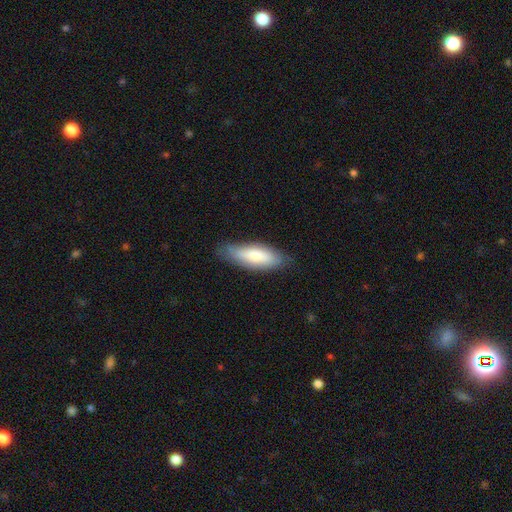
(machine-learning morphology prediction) smooth 76%, featured or disk 18%, star or artifact 6%. Down the decision tree: how rounded — in between (67%); merging — none (75%).